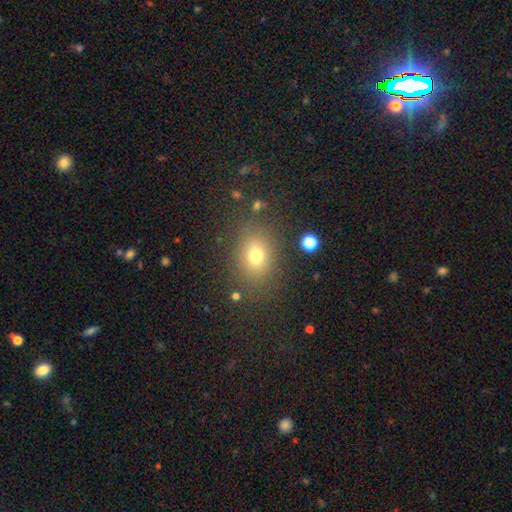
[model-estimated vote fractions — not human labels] Smooth or featured: smooth — 73% (star or artifact — 16%)
How rounded: in between — 58% (round — 40%)
Merging: none — 80% (minor disturbance — 12%)